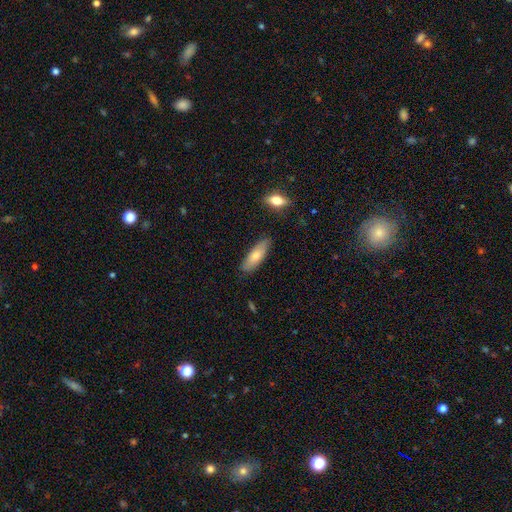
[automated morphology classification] Smooth or featured: smooth — 74% (featured or disk — 20%)
How rounded: in between — 55% (cigar-shaped — 43%)
Merging: none — 83% (minor disturbance — 13%)